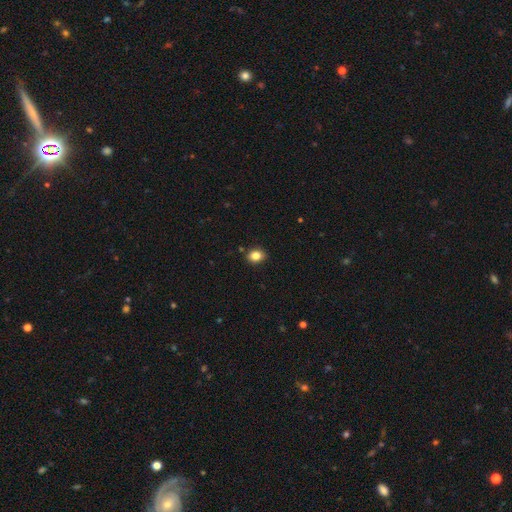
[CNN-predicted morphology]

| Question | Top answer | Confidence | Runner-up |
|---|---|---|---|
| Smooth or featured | smooth | 85% | star or artifact (10%) |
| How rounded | in between | 57% | round (42%) |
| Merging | none | 89% | minor disturbance (8%) |